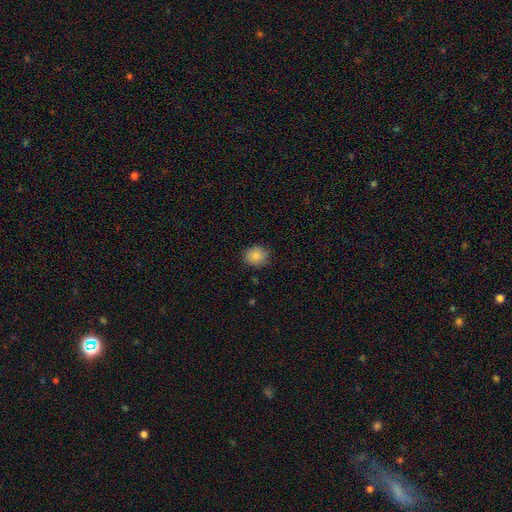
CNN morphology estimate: smooth 85%, star or artifact 9%, featured or disk 6%. Down the decision tree: how rounded — round (76%); merging — none (84%).